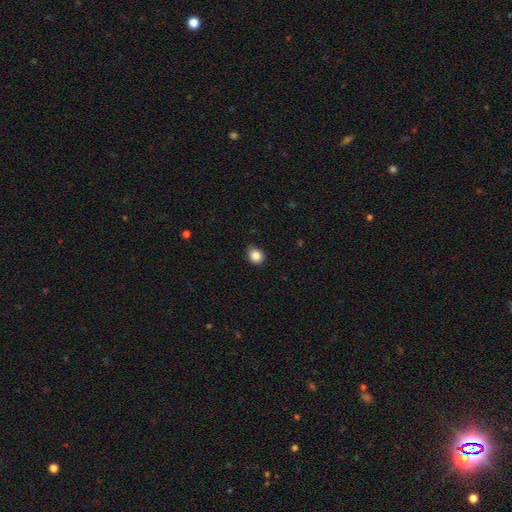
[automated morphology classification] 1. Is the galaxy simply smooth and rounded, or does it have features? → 87% smooth, 10% star or artifact, 4% featured or disk.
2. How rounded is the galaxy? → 66% round, 33% in between, 1% cigar-shaped.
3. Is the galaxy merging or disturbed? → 88% none, 9% minor disturbance, 2% major disturbance, 1% merger.